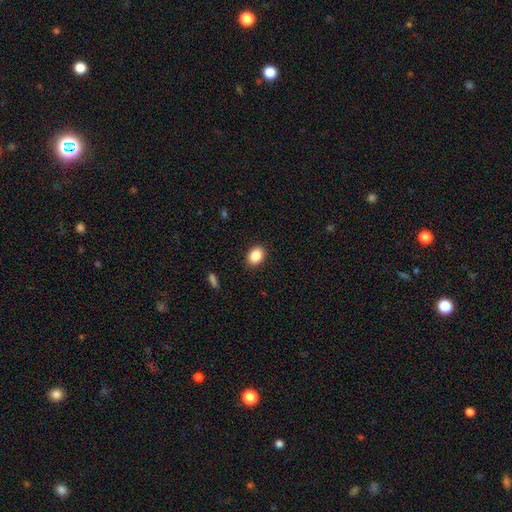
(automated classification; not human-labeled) smooth_or_featured: smooth (p=0.87) [alt: star or artifact p=0.08]
how_rounded: in between (p=0.68) [alt: round p=0.31]
merging: none (p=0.89) [alt: minor disturbance p=0.08]